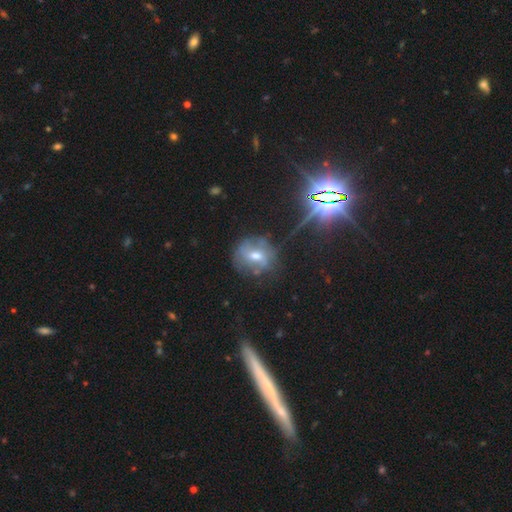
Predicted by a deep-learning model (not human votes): smooth-or-featured: featured or disk: 46% | smooth: 32% | star or artifact: 22%
  merging: none: 66% | minor disturbance: 21% | major disturbance: 11% | merger: 3%